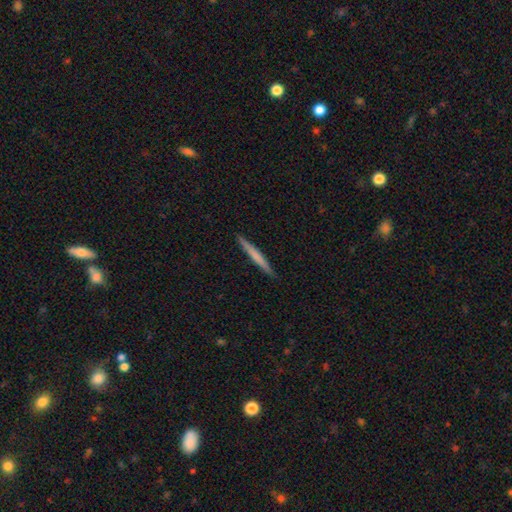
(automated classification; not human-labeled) Q: Smooth or featured?
A: smooth (62%); runner-up: featured or disk (33%)
Q: How rounded?
A: cigar-shaped (97%); runner-up: in between (2%)
Q: Merging?
A: none (92%); runner-up: minor disturbance (6%)